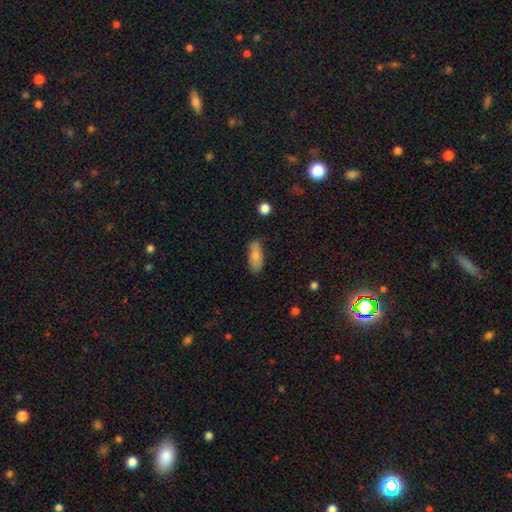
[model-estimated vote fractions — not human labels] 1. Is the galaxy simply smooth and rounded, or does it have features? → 82% smooth, 11% featured or disk, 7% star or artifact.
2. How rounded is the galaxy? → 78% in between, 20% cigar-shaped, 2% round.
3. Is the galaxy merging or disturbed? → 75% none, 19% minor disturbance, 4% major disturbance, 3% merger.